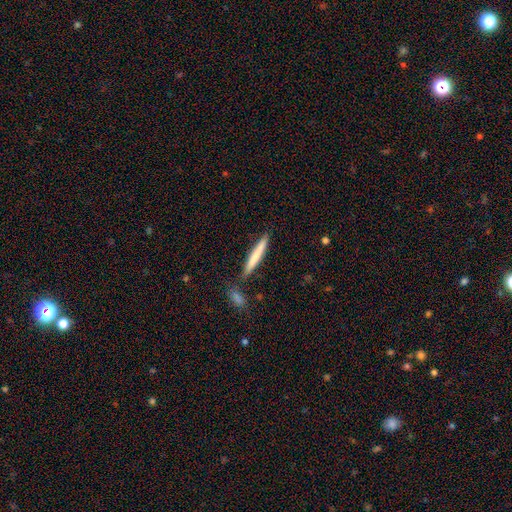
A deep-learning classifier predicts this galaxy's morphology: Smooth or featured: smooth — 69% (featured or disk — 25%)
How rounded: cigar-shaped — 95% (in between — 4%)
Merging: none — 81% (minor disturbance — 10%)